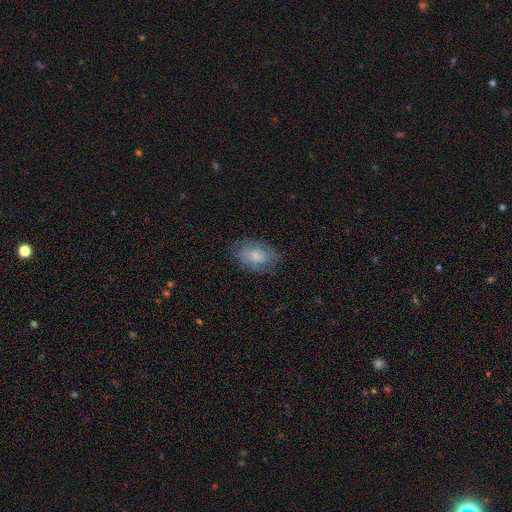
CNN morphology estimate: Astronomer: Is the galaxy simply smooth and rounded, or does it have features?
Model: smooth — 66%.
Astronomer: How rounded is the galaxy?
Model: in between — 88%.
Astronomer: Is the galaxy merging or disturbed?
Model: none — 71%.